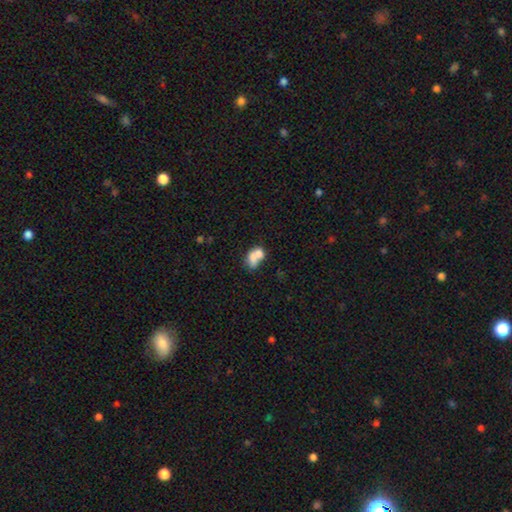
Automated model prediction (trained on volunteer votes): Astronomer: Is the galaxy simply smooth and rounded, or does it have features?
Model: smooth — 67%.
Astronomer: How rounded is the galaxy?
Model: in between — 70%.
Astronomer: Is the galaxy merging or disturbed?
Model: merger — 61%.